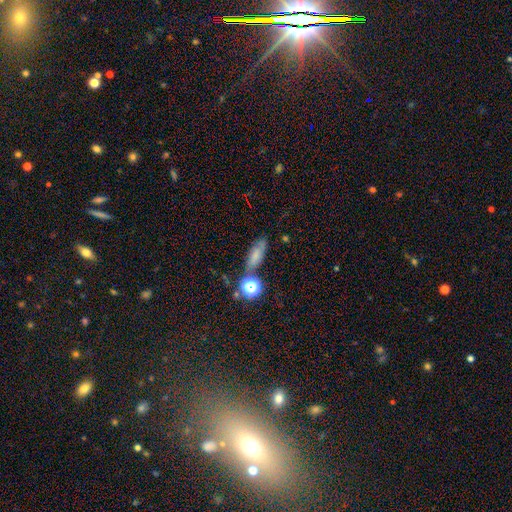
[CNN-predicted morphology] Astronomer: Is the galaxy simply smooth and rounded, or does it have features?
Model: smooth — 61%.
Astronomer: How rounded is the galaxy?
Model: in between — 63%.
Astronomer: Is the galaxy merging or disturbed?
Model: none — 62%.